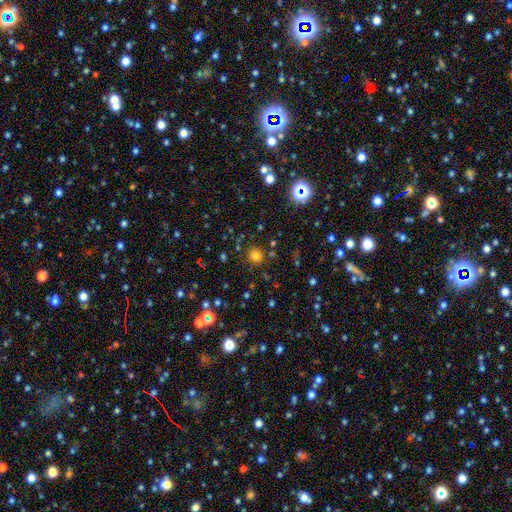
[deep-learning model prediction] Smooth or featured? Predicted: smooth (p=0.73). How rounded? Predicted: round (p=0.93). Merging? Predicted: none (p=0.86).